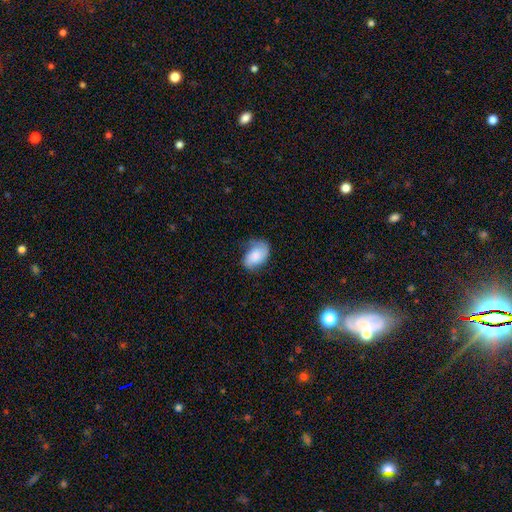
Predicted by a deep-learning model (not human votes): Smooth or featured? smooth (72%)
How rounded? in between (90%)
Merging? none (55%)